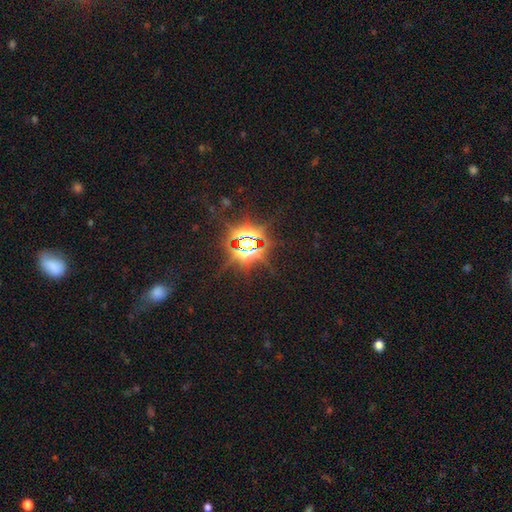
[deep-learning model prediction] Morphology: type=star or artifact (85%).